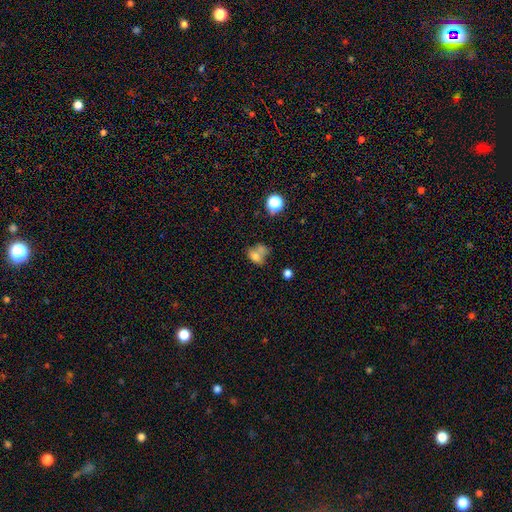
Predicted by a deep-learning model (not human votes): Smooth or featured? Predicted: smooth (p=0.68). How rounded? Predicted: in between (p=0.60). Merging? Predicted: merger (p=0.42).